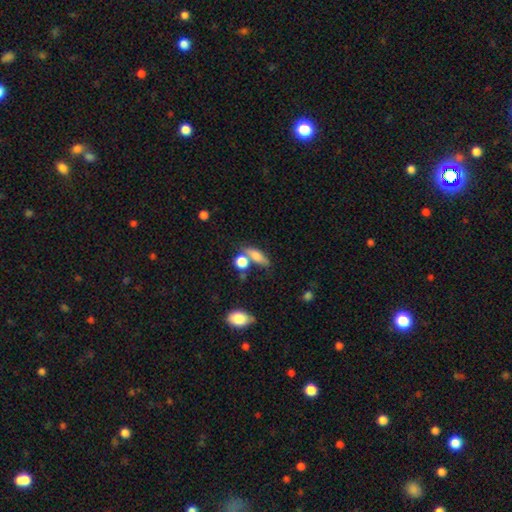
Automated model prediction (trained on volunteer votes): The model was most divided on "merging": none: 49%, merger: 26%, minor disturbance: 16%, major disturbance: 9%. More confident: smooth or featured — smooth (71%); how rounded — in between (54%).